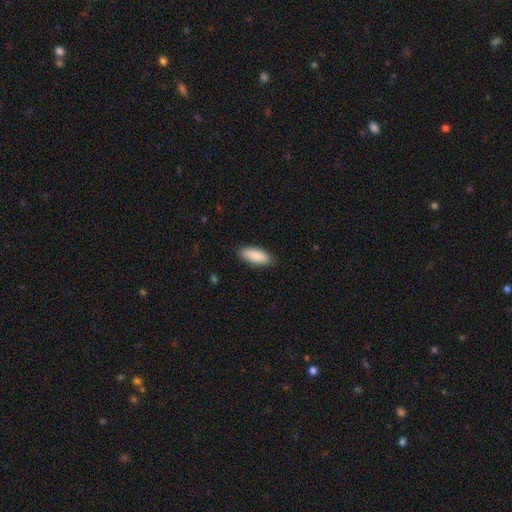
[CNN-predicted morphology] Smooth or featured: smooth — 90% (star or artifact — 5%)
How rounded: in between — 78% (cigar-shaped — 20%)
Merging: none — 87% (minor disturbance — 10%)